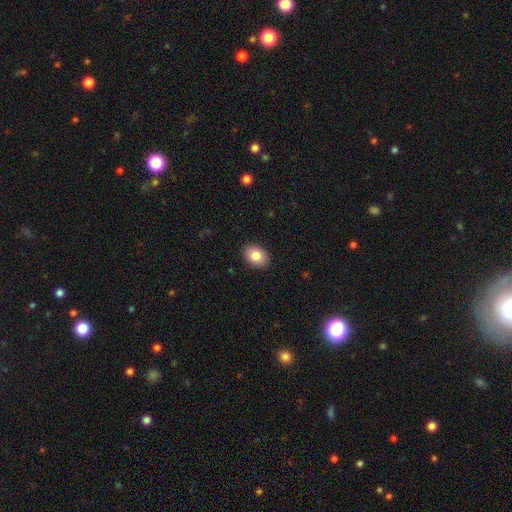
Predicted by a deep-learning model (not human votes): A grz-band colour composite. It shows a smooth galaxy with no disk features (85%) that is in between round and cigar-shaped (74%). Merging: none (90%).